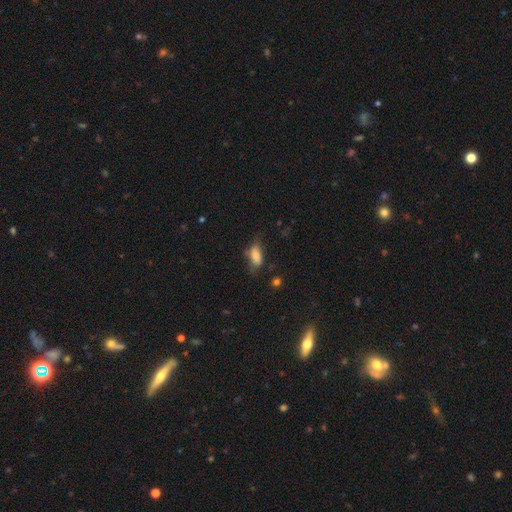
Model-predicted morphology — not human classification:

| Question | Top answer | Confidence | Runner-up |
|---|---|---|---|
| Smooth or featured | smooth | 78% | featured or disk (14%) |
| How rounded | in between | 85% | cigar-shaped (11%) |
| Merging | none | 46% | minor disturbance (33%) |